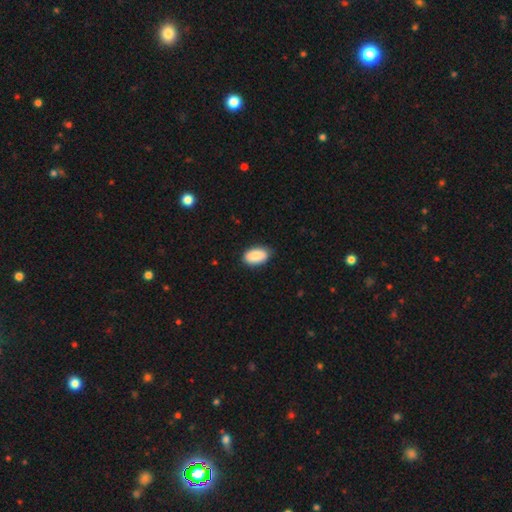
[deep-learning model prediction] Q: Smooth or featured?
A: smooth (89%); runner-up: star or artifact (6%)
Q: How rounded?
A: in between (94%); runner-up: round (5%)
Q: Merging?
A: none (85%); runner-up: minor disturbance (12%)